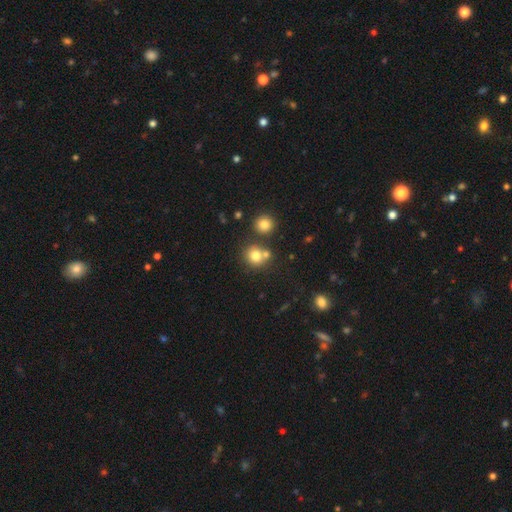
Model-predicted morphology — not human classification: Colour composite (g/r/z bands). It shows a smooth galaxy with no disk features (77%) that is round (86%). Merging: none (61%).